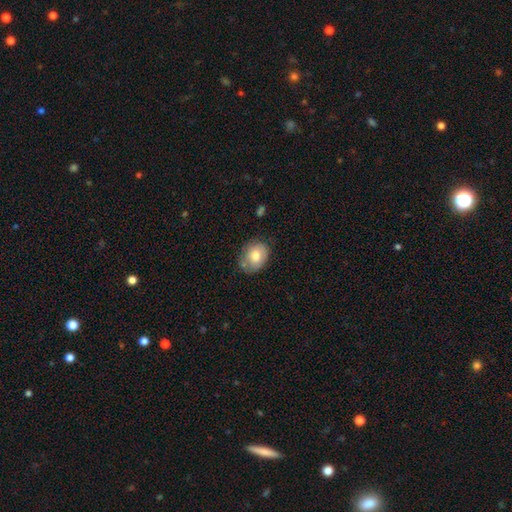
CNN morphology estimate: This appears to be a smooth galaxy with no disk features (75%) that is in between round and cigar-shaped (55%). Merging: none (67%).